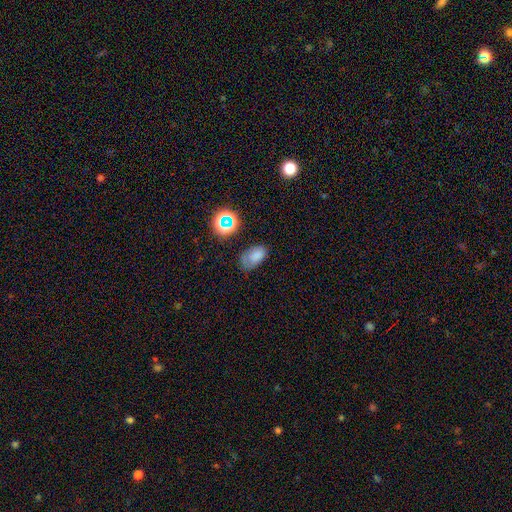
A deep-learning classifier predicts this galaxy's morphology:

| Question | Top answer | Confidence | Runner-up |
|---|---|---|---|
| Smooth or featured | smooth | 73% | star or artifact (15%) |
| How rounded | in between | 89% | round (9%) |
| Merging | none | 56% | minor disturbance (30%) |